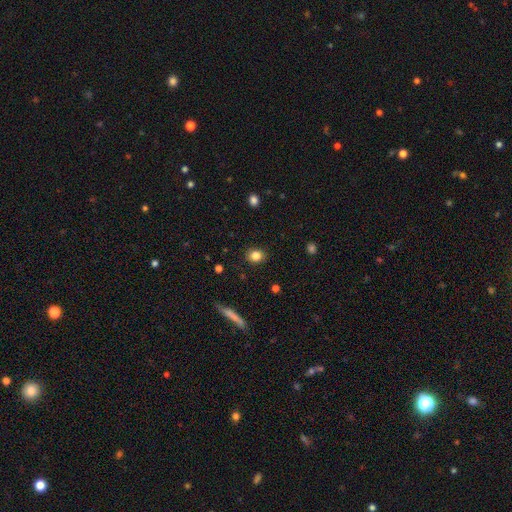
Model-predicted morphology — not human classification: Smooth or featured? smooth (82%)
How rounded? round (67%)
Merging? none (89%)